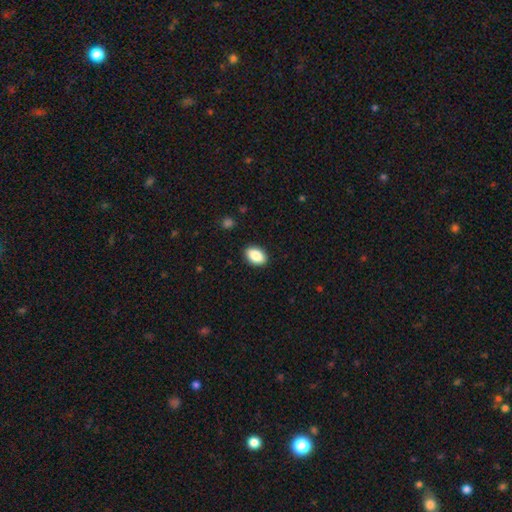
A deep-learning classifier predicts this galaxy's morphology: This appears to be a smooth galaxy with no disk features (87%) that is in between round and cigar-shaped (89%). Merging: none (90%).